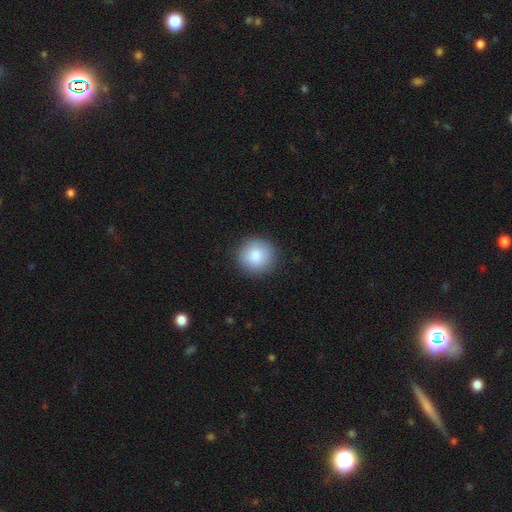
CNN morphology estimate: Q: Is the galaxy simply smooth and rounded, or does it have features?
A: smooth — 84%.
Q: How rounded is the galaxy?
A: round — 93%.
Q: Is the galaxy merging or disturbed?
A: none — 89%.